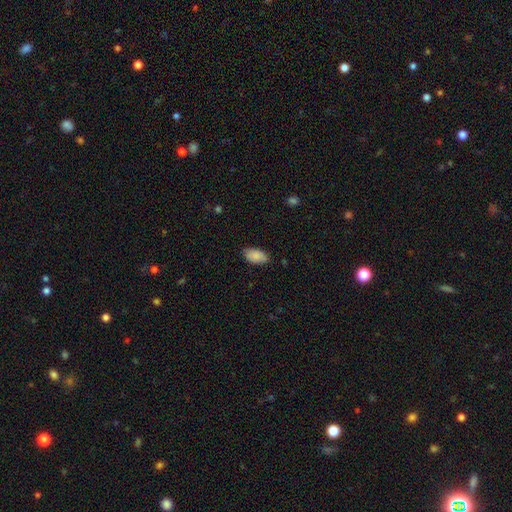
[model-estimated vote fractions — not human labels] Q: Smooth or featured?
A: smooth (87%); runner-up: featured or disk (7%)
Q: How rounded?
A: in between (94%); runner-up: round (3%)
Q: Merging?
A: none (80%); runner-up: minor disturbance (17%)